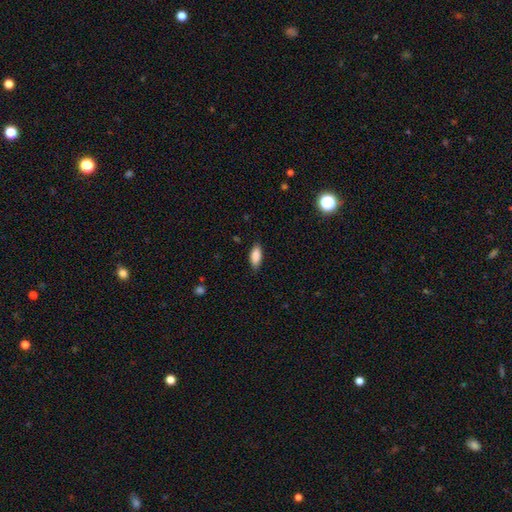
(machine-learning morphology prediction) smooth 88%, star or artifact 7%, featured or disk 5%. Down the decision tree: how rounded — in between (86%); merging — none (85%).